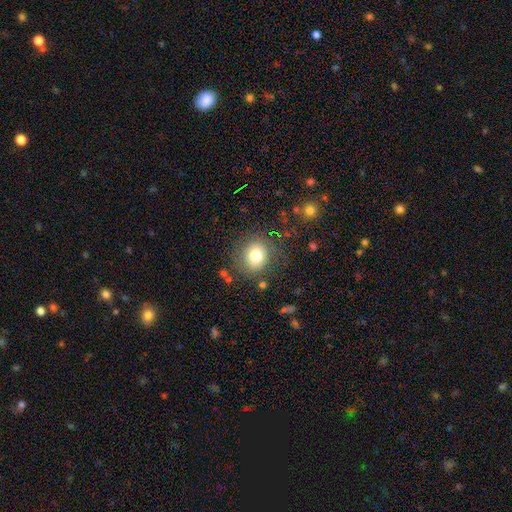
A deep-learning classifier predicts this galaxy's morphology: This is likely a smooth galaxy (76%). How rounded: clearly round (82%). Merging: clearly none (81%).